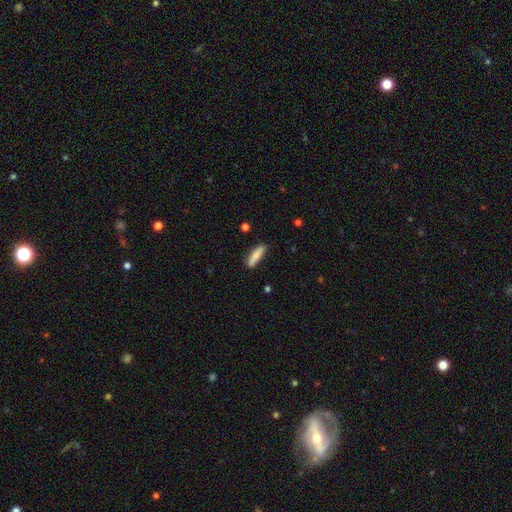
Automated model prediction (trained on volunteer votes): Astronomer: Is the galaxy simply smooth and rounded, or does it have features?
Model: smooth — 80%.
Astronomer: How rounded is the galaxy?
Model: cigar-shaped — 74%.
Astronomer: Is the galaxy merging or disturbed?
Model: none — 82%.